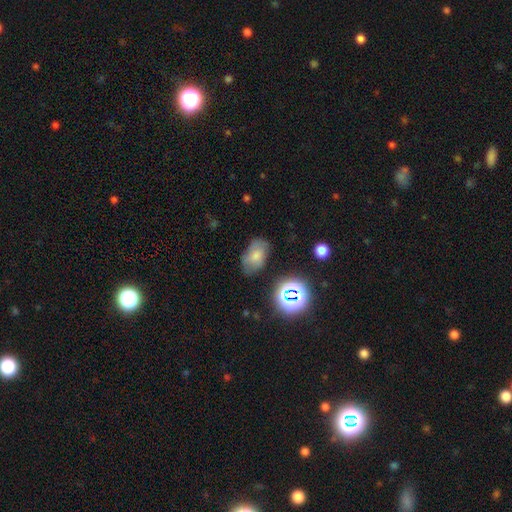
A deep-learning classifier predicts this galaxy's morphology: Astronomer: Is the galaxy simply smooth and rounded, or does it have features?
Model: smooth — 66%.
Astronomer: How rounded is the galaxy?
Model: in between — 87%.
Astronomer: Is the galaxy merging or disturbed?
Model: none — 63%.